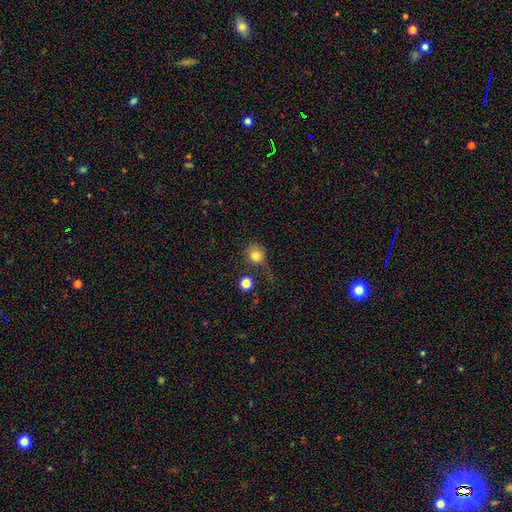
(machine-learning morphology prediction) A smooth galaxy with no disk features (79%) that is round (87%). Merging: none (52%).